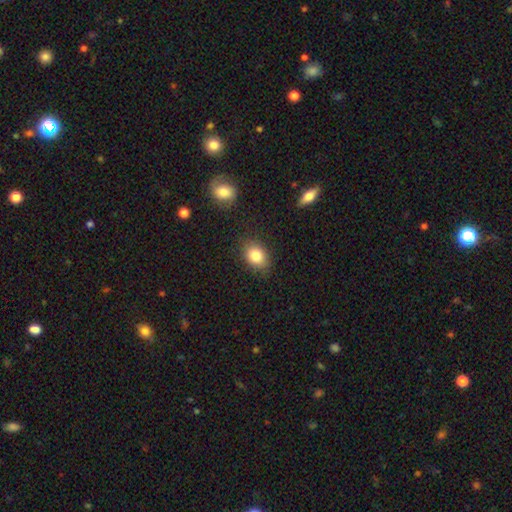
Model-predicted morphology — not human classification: Smooth or featured? smooth (83%)
How rounded? in between (61%)
Merging? none (82%)